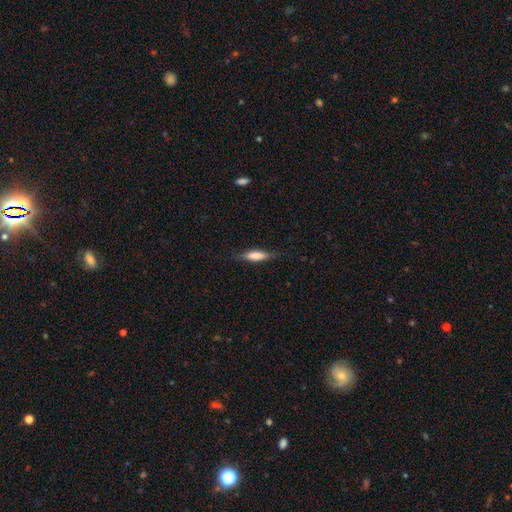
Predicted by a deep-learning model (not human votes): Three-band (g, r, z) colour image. It shows a smooth galaxy with no disk features (67%) that is cigar-shaped (63%). Merging: none (74%).